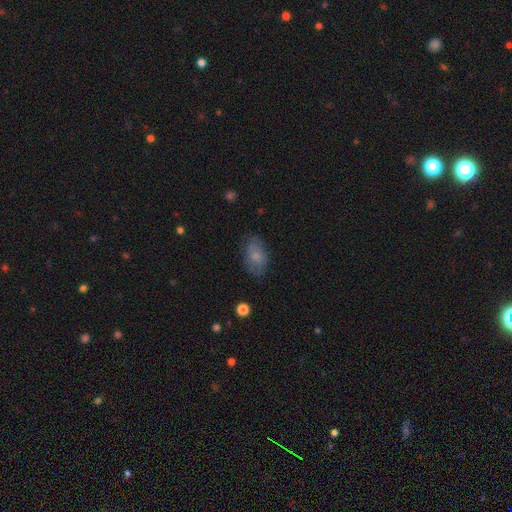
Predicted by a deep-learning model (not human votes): Smooth or featured: smooth — 73% (featured or disk — 19%)
How rounded: in between — 90% (round — 8%)
Merging: none — 73% (minor disturbance — 19%)